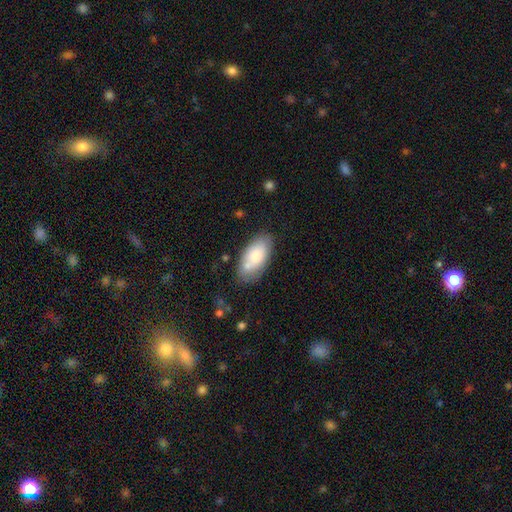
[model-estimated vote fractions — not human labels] smooth_or_featured: smooth (p=0.75) [alt: featured or disk p=0.18]
how_rounded: in between (p=0.94) [alt: cigar-shaped p=0.04]
merging: none (p=0.67) [alt: minor disturbance p=0.18]